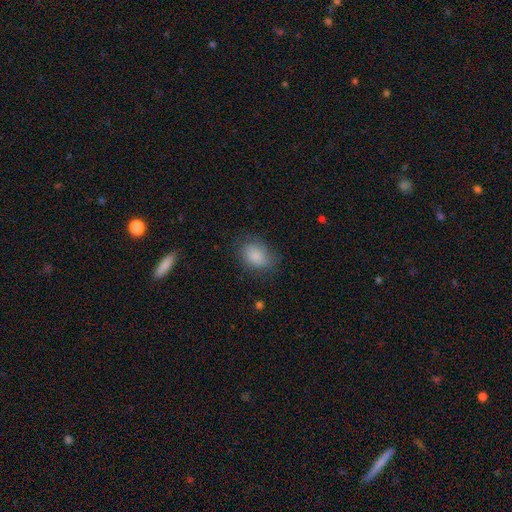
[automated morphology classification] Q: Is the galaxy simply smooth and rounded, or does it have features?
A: smooth — 86%.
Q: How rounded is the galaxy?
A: in between — 74%.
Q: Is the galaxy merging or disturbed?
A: none — 73%.